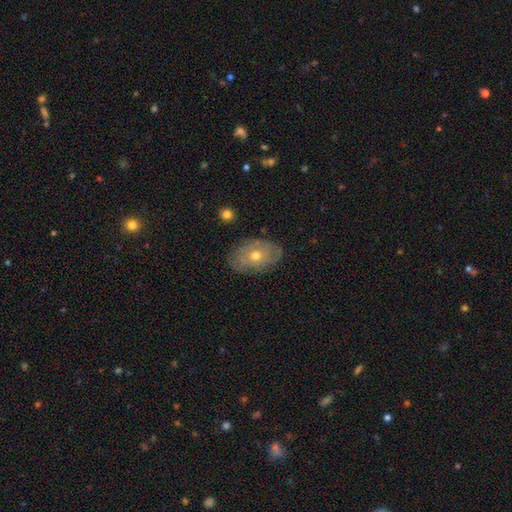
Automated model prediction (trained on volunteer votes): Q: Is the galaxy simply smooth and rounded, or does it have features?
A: featured or disk — 54%.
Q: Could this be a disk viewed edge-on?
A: no — 92%.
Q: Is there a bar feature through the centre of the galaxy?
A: no — 89%.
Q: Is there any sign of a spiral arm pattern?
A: no — 50%, tied with yes.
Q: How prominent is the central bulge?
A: moderate — 63%.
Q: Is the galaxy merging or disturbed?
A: none — 80%.